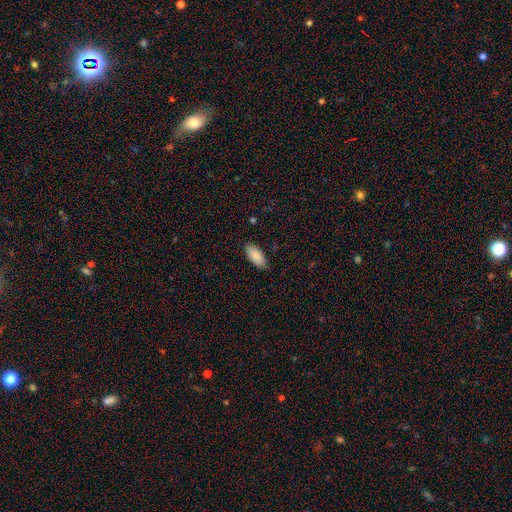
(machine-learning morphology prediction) A smooth galaxy with no disk features (89%) that is in between round and cigar-shaped (91%). Merging: none (85%).